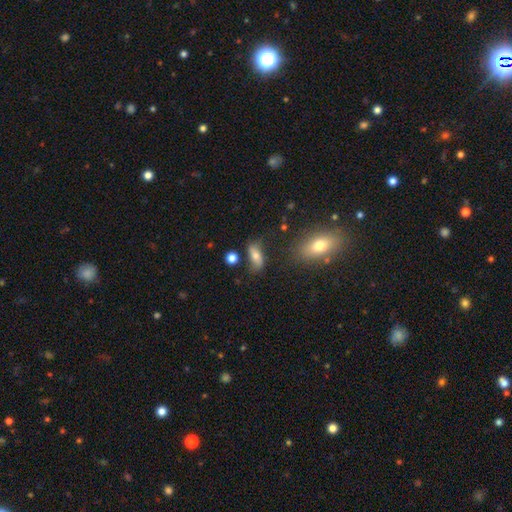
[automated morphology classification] smooth-or-featured: smooth: 64% | featured or disk: 26% | star or artifact: 10%
  how-rounded: in between: 78% | cigar-shaped: 16% | round: 6%
  merging: none: 62% | minor disturbance: 23% | major disturbance: 10% | merger: 6%